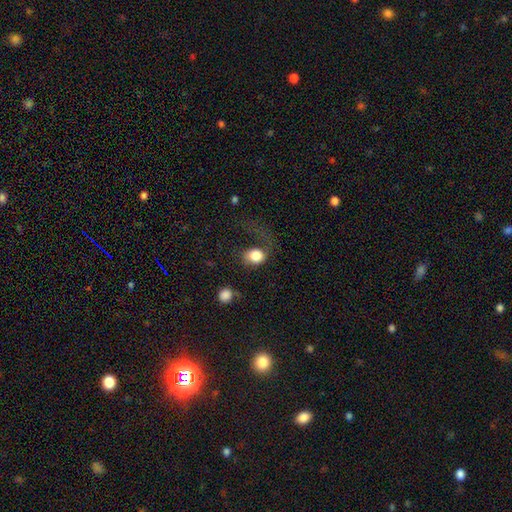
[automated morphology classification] Smooth or featured? smooth (76%)
How rounded? round (58%)
Merging? major disturbance (47%)